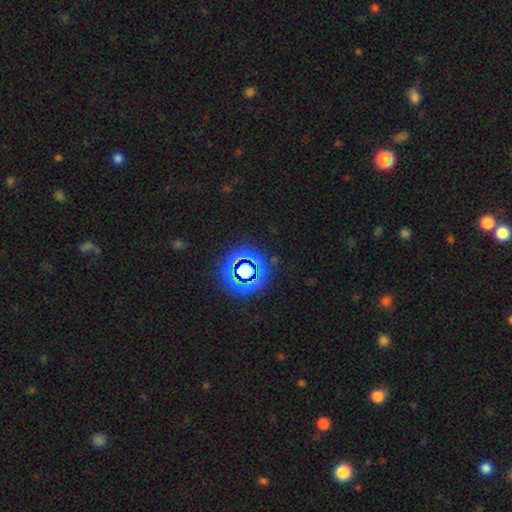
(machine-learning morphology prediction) Smooth or featured?
  - star or artifact: 69% *
  - smooth: 25%
  - featured or disk: 7%